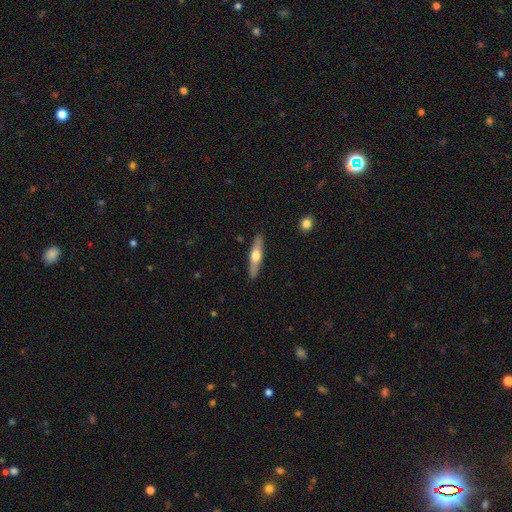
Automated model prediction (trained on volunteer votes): featured or disk 53%, smooth 42%, star or artifact 5%. Down the decision tree: edge-on disk — yes (92%); merging — none (90%).